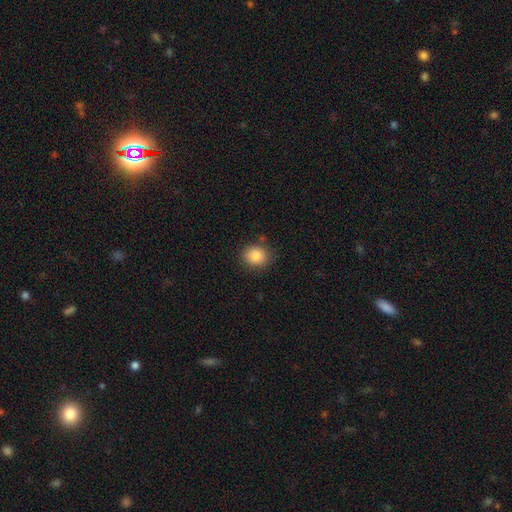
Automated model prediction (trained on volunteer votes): Smooth or featured: smooth — 86% (star or artifact — 9%)
How rounded: round — 69% (in between — 30%)
Merging: none — 84% (minor disturbance — 11%)